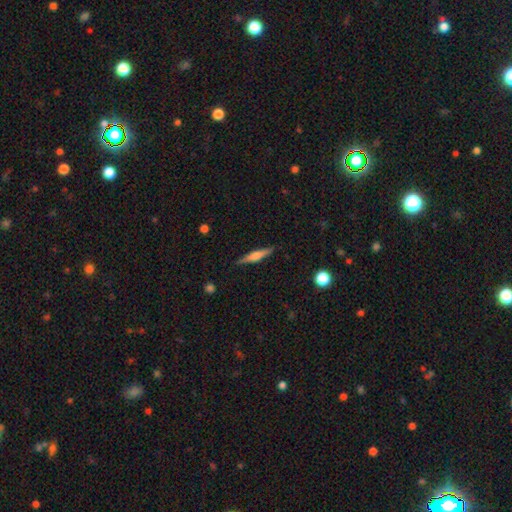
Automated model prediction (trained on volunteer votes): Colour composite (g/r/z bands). It shows a featured or disk galaxy (54%) viewed edge-on (97%) with a rounded central bulge (68%). Merging: none (87%).